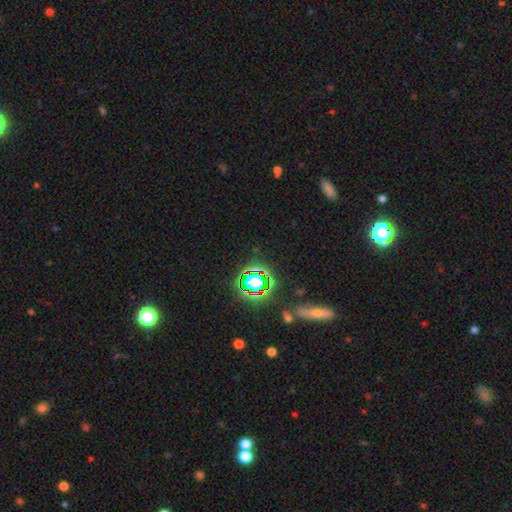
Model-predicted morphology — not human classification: smooth-or-featured: star or artifact: 73% | smooth: 17% | featured or disk: 10%